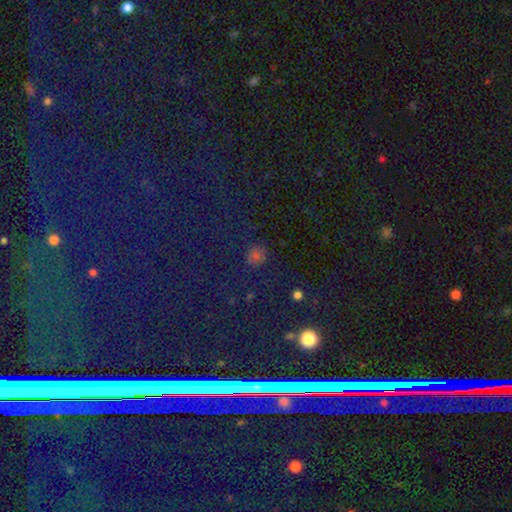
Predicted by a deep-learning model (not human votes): Overall: smooth (59%; star or artifact 34%). How rounded: round (79%). Merging: none (82%).